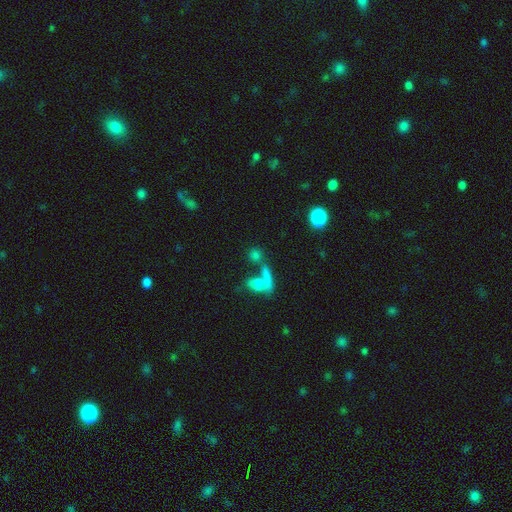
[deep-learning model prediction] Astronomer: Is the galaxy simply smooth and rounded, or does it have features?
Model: smooth — 65%.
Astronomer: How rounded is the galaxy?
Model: round — 50% (runner-up: in between, 33%).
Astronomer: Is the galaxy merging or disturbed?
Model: none — 48% (runner-up: merger, 35%).